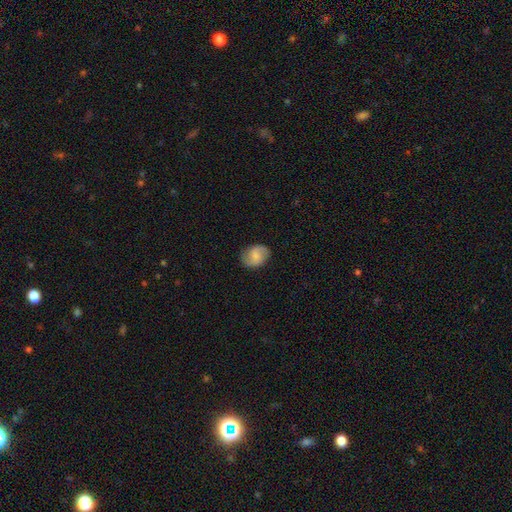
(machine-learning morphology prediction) The model was most divided on "smooth or featured" (2-way tie): featured or disk: 46%, smooth: 46%, star or artifact: 8%. More confident: merging — none (82%).